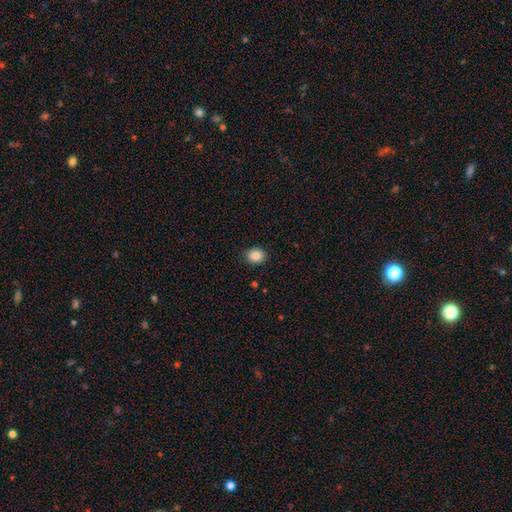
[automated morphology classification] smooth-or-featured: smooth: 87% | star or artifact: 9% | featured or disk: 4%
  how-rounded: round: 59% | in between: 40% | cigar-shaped: 1%
  merging: none: 89% | minor disturbance: 8% | major disturbance: 2% | merger: 1%